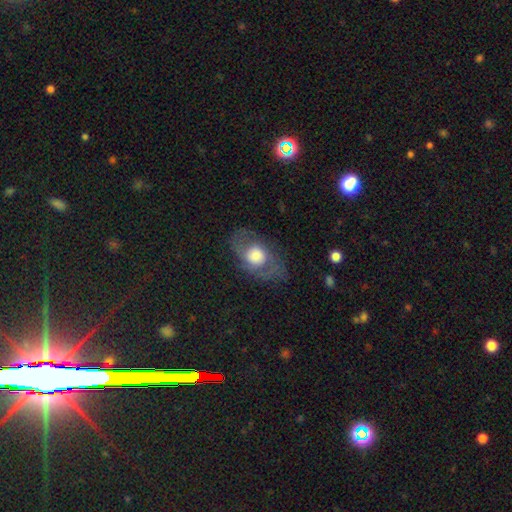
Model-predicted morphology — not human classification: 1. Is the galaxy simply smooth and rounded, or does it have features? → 52% featured or disk, 41% smooth, 7% star or artifact.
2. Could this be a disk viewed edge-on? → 92% no, 8% yes.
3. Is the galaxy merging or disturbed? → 67% none, 18% minor disturbance, 14% major disturbance, 1% merger.